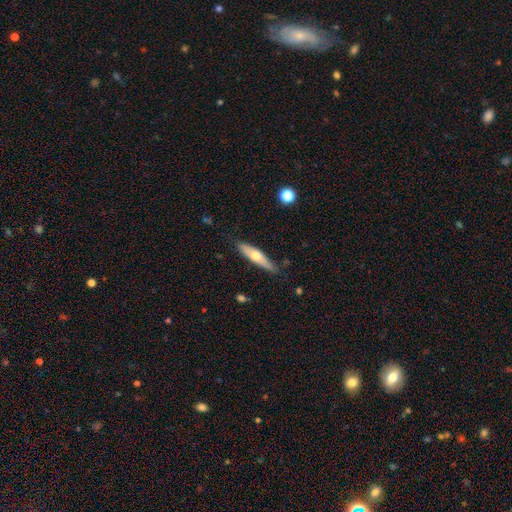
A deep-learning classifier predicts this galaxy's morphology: The model was most divided on "smooth or featured": smooth: 53%, featured or disk: 41%, star or artifact: 6%. More confident: merging — none (80%); how rounded — cigar-shaped (73%).